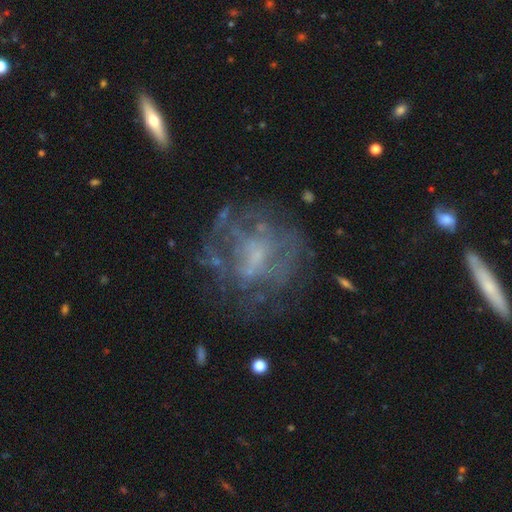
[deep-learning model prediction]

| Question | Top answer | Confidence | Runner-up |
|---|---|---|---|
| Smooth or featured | featured or disk | 67% | smooth (19%) |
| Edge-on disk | no | 97% | yes (3%) |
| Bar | no | 69% | weak (26%) |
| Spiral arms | no | 62% | yes (38%) |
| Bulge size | small | 44% | none (32%) |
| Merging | none | 61% | major disturbance (20%) |